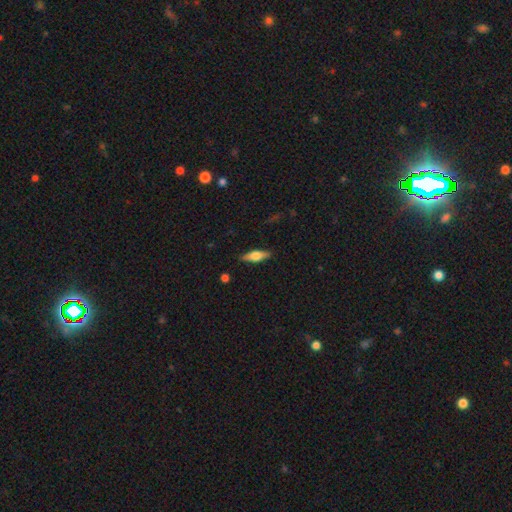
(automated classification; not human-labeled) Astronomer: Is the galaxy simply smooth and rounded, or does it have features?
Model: featured or disk — 50% (runner-up: smooth, 43%).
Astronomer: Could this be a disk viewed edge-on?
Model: yes — 93%.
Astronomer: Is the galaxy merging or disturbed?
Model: none — 87%.